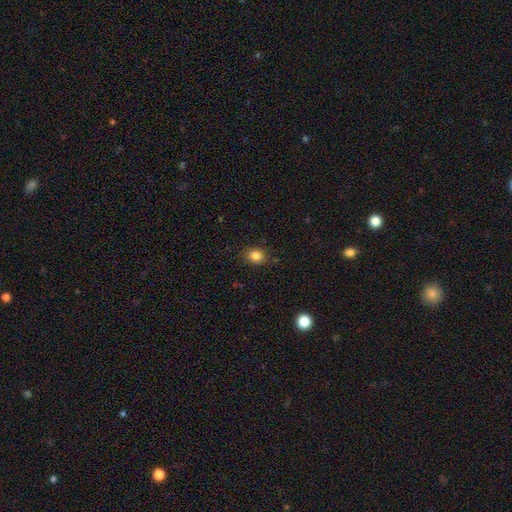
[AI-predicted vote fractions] smooth 84%, star or artifact 11%, featured or disk 5%. Down the decision tree: how rounded — round (56%); merging — none (86%).